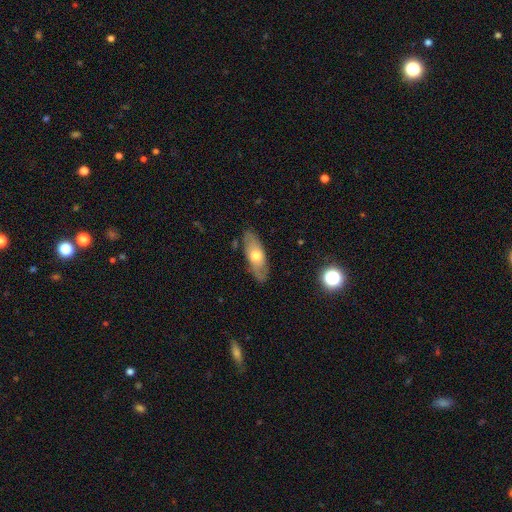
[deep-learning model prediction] smooth-or-featured: smooth: 52% | featured or disk: 42% | star or artifact: 6%
  how-rounded: in between: 71% | cigar-shaped: 26% | round: 3%
  merging: none: 80% | minor disturbance: 15% | major disturbance: 3% | merger: 2%